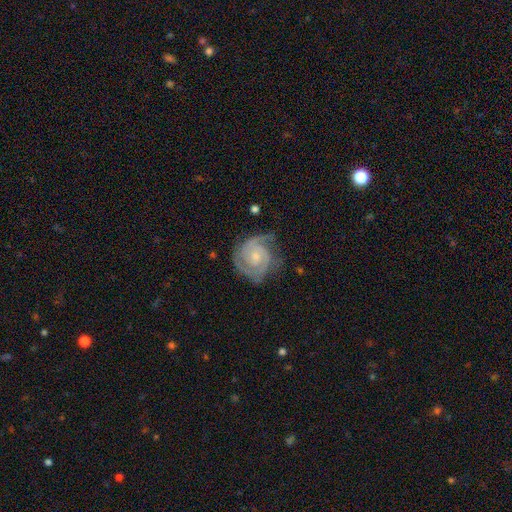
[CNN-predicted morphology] This appears to be a featured or disk galaxy (89%) with no bar (68%), 2 (65%) tight (66%) spiral arms (98%) and a small central bulge (62%). Merging: none (69%).